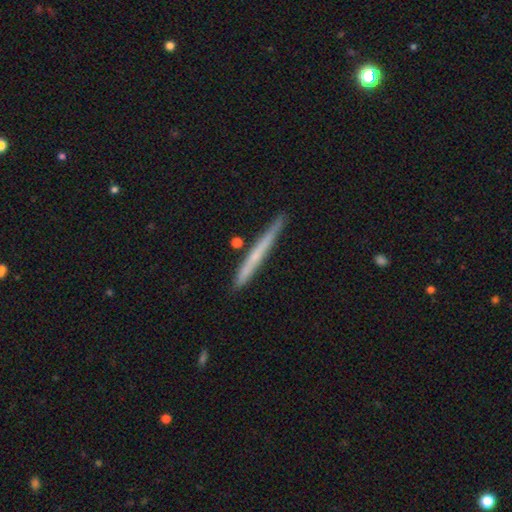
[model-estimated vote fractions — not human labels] smooth_or_featured: smooth (p=0.49) [alt: featured or disk p=0.45]
merging: none (p=0.85) [alt: minor disturbance p=0.11]